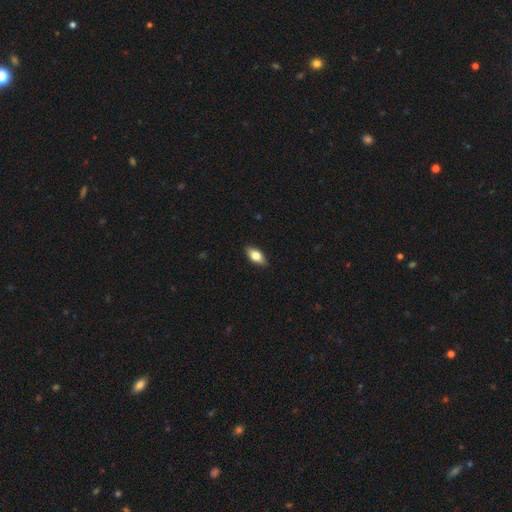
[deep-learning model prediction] Overall: smooth (72%). How rounded: in between (85%). Merging: none (88%).